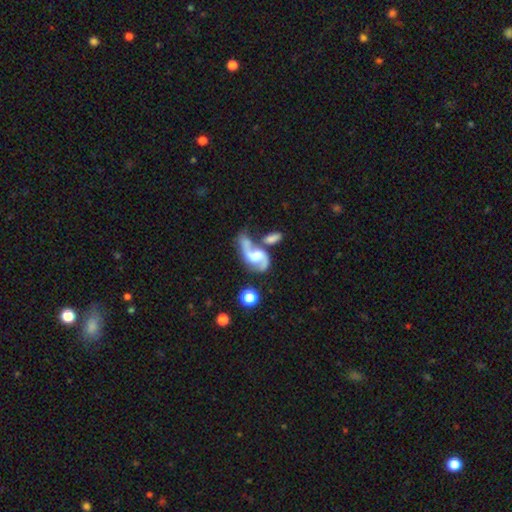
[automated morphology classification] Smooth or featured?
  - featured or disk: 82% *
  - smooth: 12%
  - star or artifact: 7%
Edge-on disk?
  - no: 97% *
  - yes: 3%
Bar?
  - no: 49% *
  - weak: 38%
  - strong: 13%
Spiral arms?
  - yes: 94% *
  - no: 6%
Spiral winding?
  - loose: 57% *
  - medium: 35%
  - tight: 8%
Spiral arm count?
  - 2: 89% *
  - 1: 4%
  - can't tell: 3%
  - 3: 1%
  - 4: 1%
  - more than 4: 1%
Bulge size?
  - moderate: 31% *
  - none: 26%
  - small: 23%
  - large: 17%
  - dominant: 3%
Merging?
  - merger: 46% *
  - none: 26%
  - major disturbance: 14%
  - minor disturbance: 13%